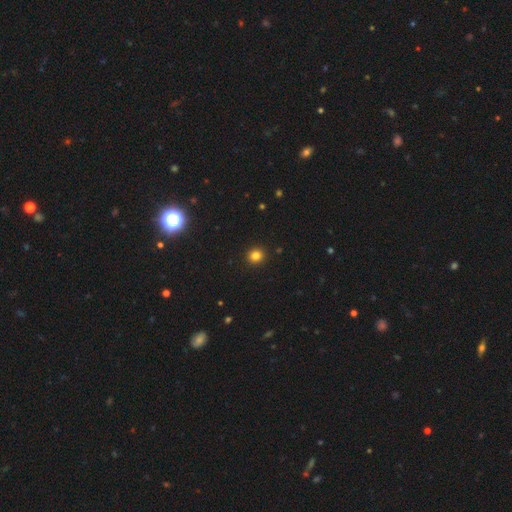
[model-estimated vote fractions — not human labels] Q: Smooth or featured?
A: smooth (82%); runner-up: star or artifact (13%)
Q: How rounded?
A: round (86%); runner-up: in between (13%)
Q: Merging?
A: none (93%); runner-up: minor disturbance (5%)